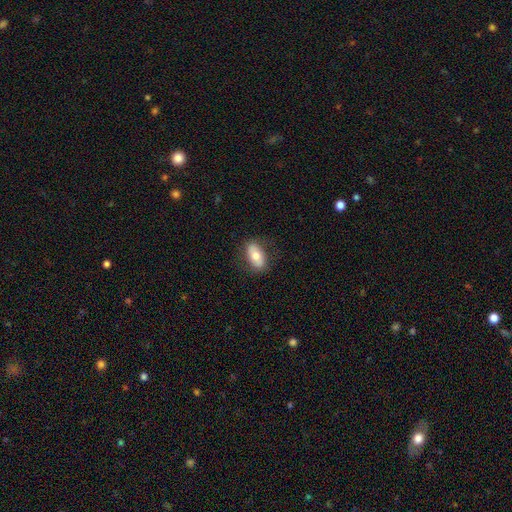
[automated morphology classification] smooth_or_featured: smooth (p=0.70) [alt: featured or disk p=0.24]
how_rounded: in between (p=0.89) [alt: cigar-shaped p=0.06]
merging: none (p=0.81) [alt: minor disturbance p=0.14]